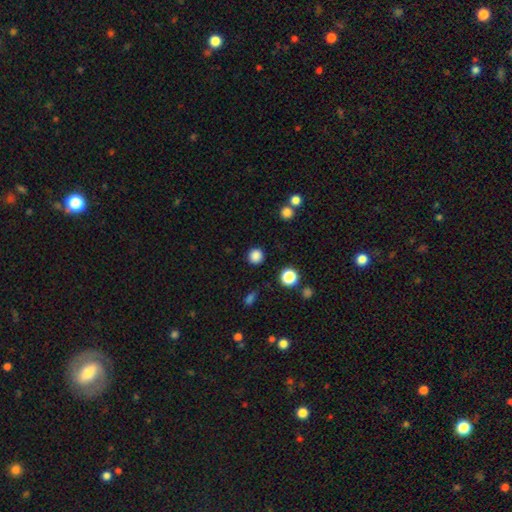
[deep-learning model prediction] Q: Smooth or featured?
A: smooth (84%); runner-up: star or artifact (13%)
Q: How rounded?
A: round (93%); runner-up: in between (6%)
Q: Merging?
A: none (90%); runner-up: minor disturbance (6%)